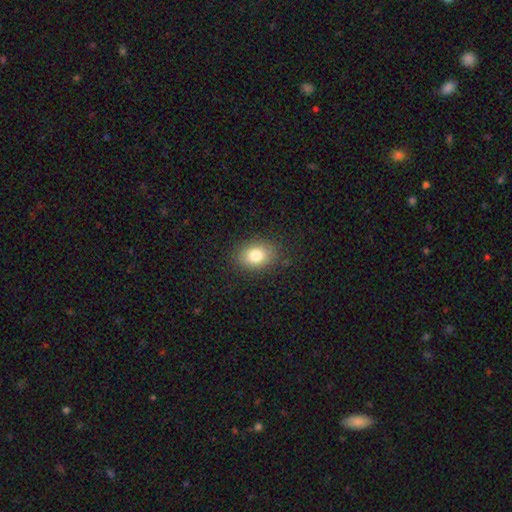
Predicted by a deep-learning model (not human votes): Smooth or featured?
  - smooth: 80% *
  - star or artifact: 10%
  - featured or disk: 10%
How rounded?
  - in between: 69% *
  - round: 30%
  - cigar-shaped: 1%
Merging?
  - none: 85% *
  - minor disturbance: 10%
  - major disturbance: 3%
  - merger: 1%